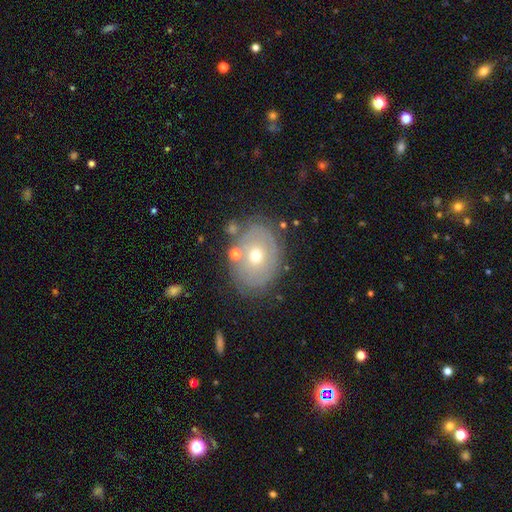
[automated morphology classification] This appears to be a featured or disk galaxy (56%) with no bar (85%), no spiral arms (56%) and a moderate central bulge (53%). Merging: none (74%).